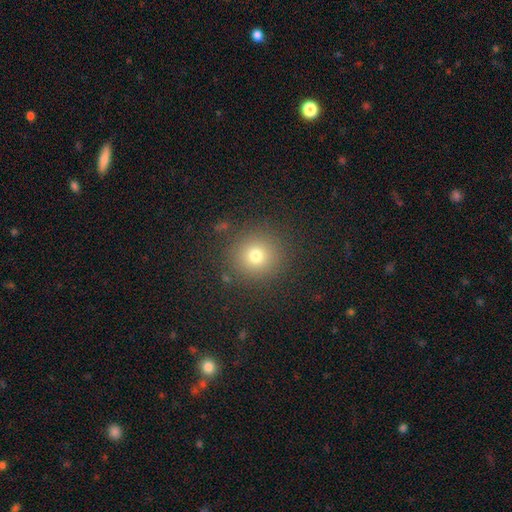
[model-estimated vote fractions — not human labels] Smooth or featured?
  - smooth: 73% *
  - star or artifact: 17%
  - featured or disk: 10%
How rounded?
  - round: 94% *
  - in between: 5%
  - cigar-shaped: 1%
Merging?
  - none: 88% *
  - minor disturbance: 7%
  - major disturbance: 3%
  - merger: 2%